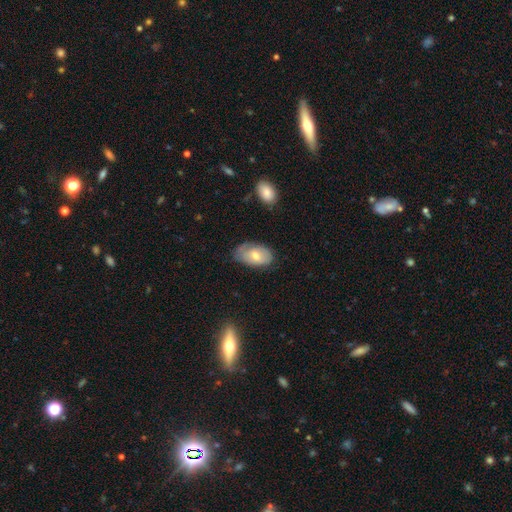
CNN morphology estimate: Q: Smooth or featured?
A: smooth (58%); runner-up: featured or disk (35%)
Q: How rounded?
A: in between (93%); runner-up: round (5%)
Q: Merging?
A: none (61%); runner-up: minor disturbance (29%)